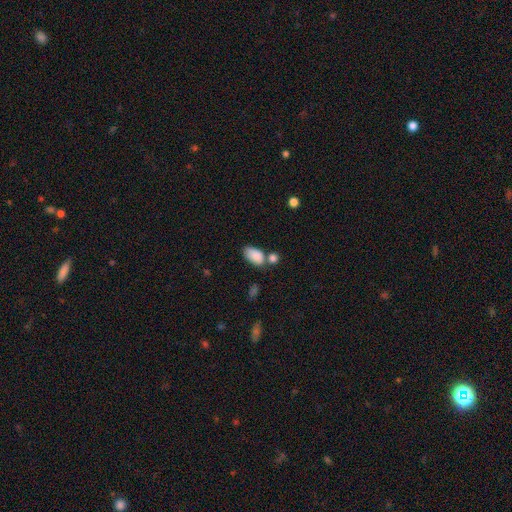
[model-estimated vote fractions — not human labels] Q: Smooth or featured?
A: smooth (86%); runner-up: star or artifact (8%)
Q: How rounded?
A: in between (93%); runner-up: round (5%)
Q: Merging?
A: none (50%); runner-up: merger (27%)